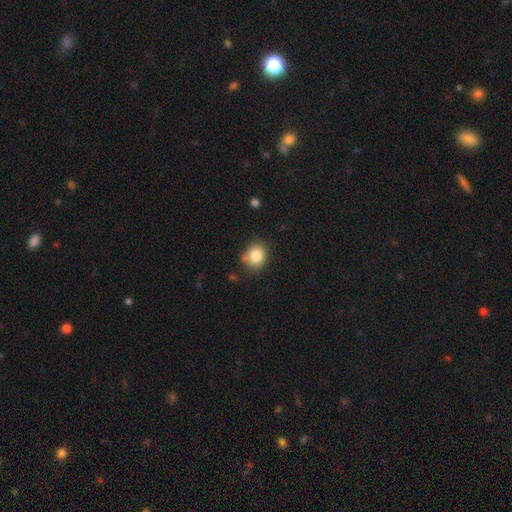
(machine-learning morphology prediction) The model was most divided on "how rounded": round: 74%, in between: 25%, cigar-shaped: 1%. More confident: smooth or featured — smooth (83%); merging — none (79%).